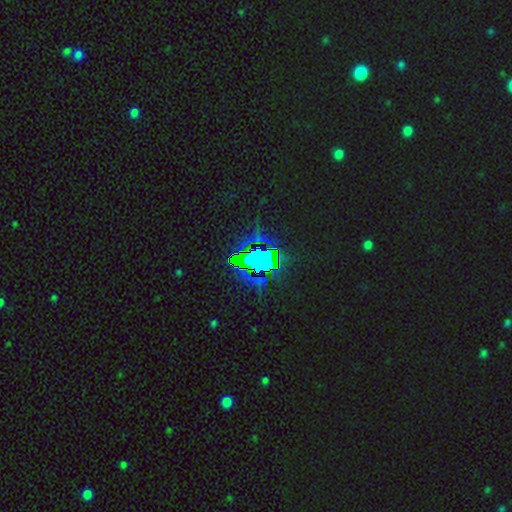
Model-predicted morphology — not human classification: A star or artifact, not a galaxy (81%).

Vote fractions:
- Smooth or featured? star or artifact: 81% / smooth: 11% / featured or disk: 8%